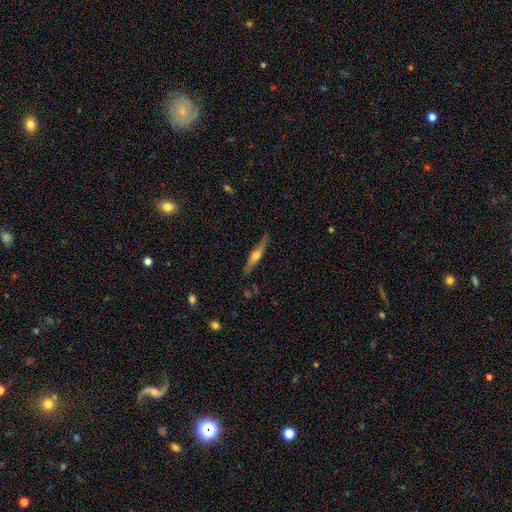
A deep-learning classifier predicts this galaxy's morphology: This is possibly a featured or disk galaxy (57%). It is clearly viewed edge-on (93%). Edge-on bulge: clearly rounded (87%). Merging: clearly none (81%).